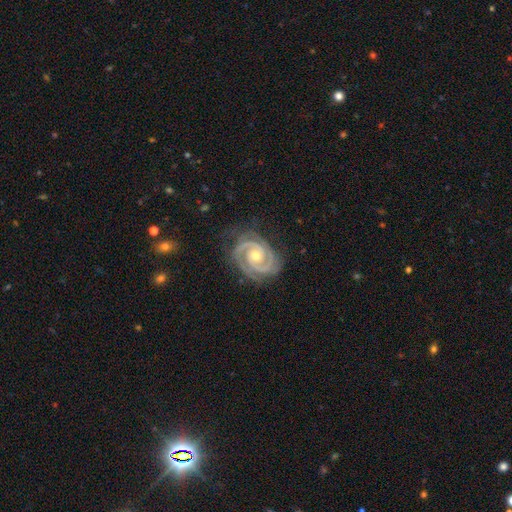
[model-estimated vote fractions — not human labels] Overall: featured or disk (93%). Edge-on disk: no (98%). Bar: no (70%). Spiral arms: yes (99%). Spiral arm count: 2 (75%). Spiral winding: tight (76%). Bulge size: moderate (55%; small 42%). Merging: none (79%).